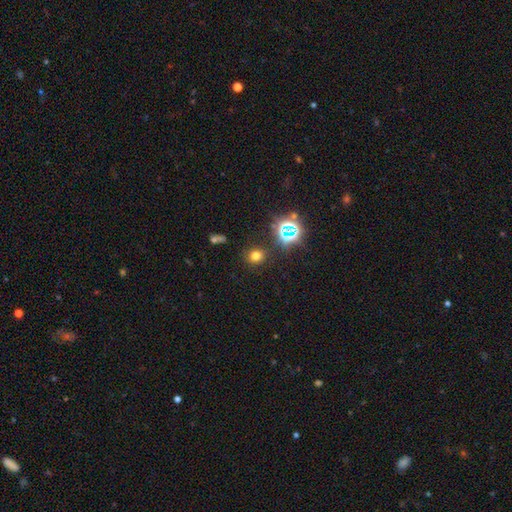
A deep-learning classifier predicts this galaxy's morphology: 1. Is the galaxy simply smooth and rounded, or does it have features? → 66% smooth, 26% star or artifact, 8% featured or disk.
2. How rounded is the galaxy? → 81% round, 18% in between, 1% cigar-shaped.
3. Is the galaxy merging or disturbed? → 86% none, 8% minor disturbance, 3% major disturbance, 3% merger.